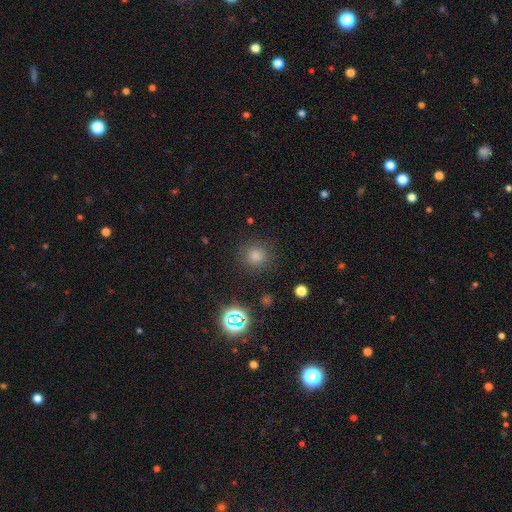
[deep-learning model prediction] smooth 71%, star or artifact 23%, featured or disk 5%. Down the decision tree: how rounded — round (94%); merging — none (89%).